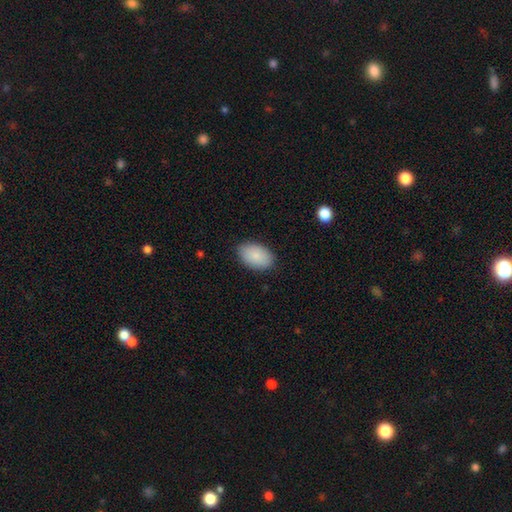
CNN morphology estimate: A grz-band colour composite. It shows a smooth galaxy with no disk features (88%) that is in between round and cigar-shaped (93%). Merging: none (86%).